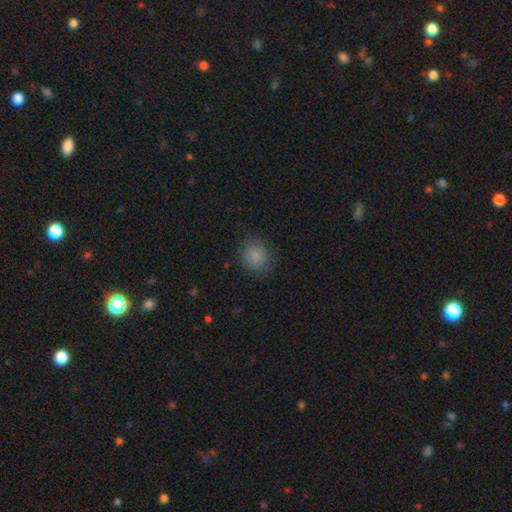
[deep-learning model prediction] Q: Smooth or featured?
A: smooth (85%); runner-up: star or artifact (10%)
Q: How rounded?
A: round (80%); runner-up: in between (19%)
Q: Merging?
A: none (83%); runner-up: minor disturbance (12%)